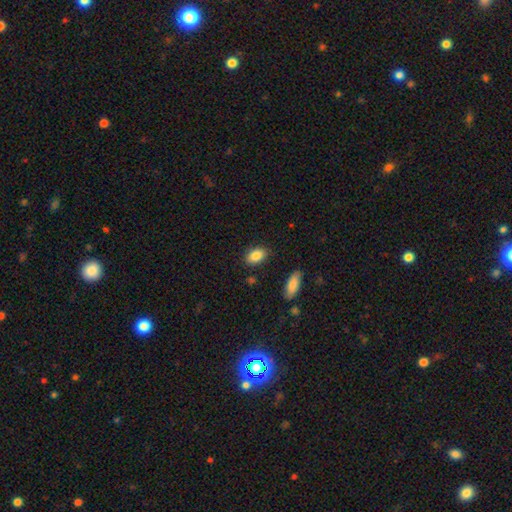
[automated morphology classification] Smooth or featured?
  - smooth: 86% *
  - star or artifact: 8%
  - featured or disk: 7%
How rounded?
  - in between: 88% *
  - round: 10%
  - cigar-shaped: 2%
Merging?
  - none: 83% *
  - minor disturbance: 12%
  - major disturbance: 3%
  - merger: 2%